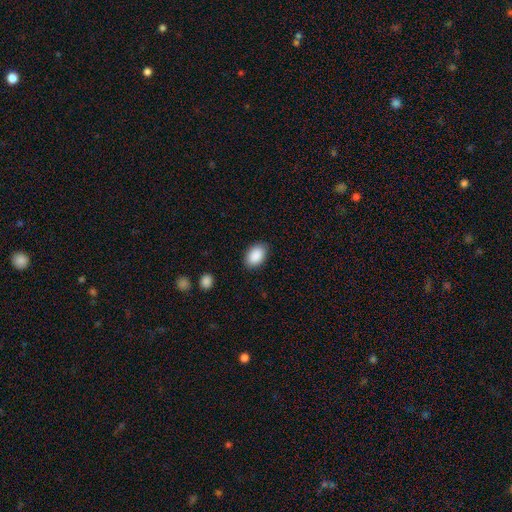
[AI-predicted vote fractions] Smooth or featured?
  - smooth: 90% *
  - star or artifact: 6%
  - featured or disk: 3%
How rounded?
  - in between: 88% *
  - round: 11%
  - cigar-shaped: 1%
Merging?
  - none: 86% *
  - minor disturbance: 11%
  - major disturbance: 2%
  - merger: 1%